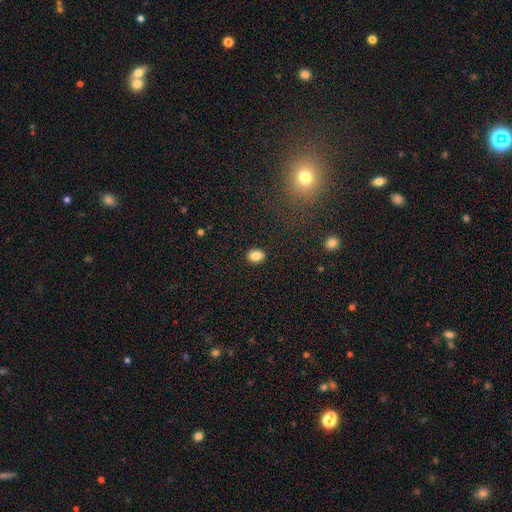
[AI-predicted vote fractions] A smooth galaxy with no disk features (86%) that is in between round and cigar-shaped (62%).

Vote fractions:
- Smooth or featured? smooth: 86% / star or artifact: 9% / featured or disk: 5%
- How rounded? in between: 62% / round: 37% / cigar-shaped: 1%
- Merging? none: 90% / minor disturbance: 7% / major disturbance: 2% / merger: 1%